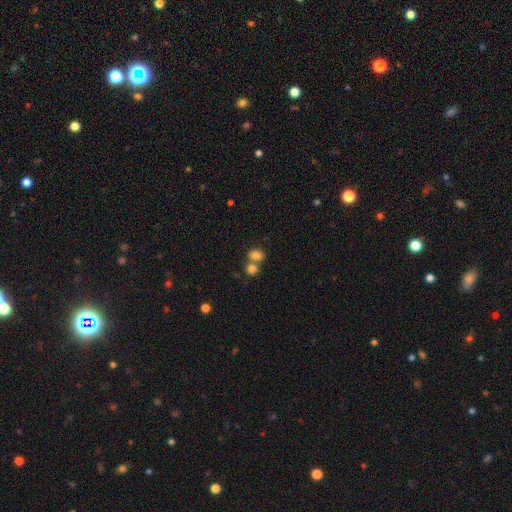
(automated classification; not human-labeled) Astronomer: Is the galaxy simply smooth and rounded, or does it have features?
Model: smooth — 81%.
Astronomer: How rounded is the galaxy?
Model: in between — 58% (runner-up: round, 40%).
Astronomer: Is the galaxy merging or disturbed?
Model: merger — 44% (runner-up: none, 43%).